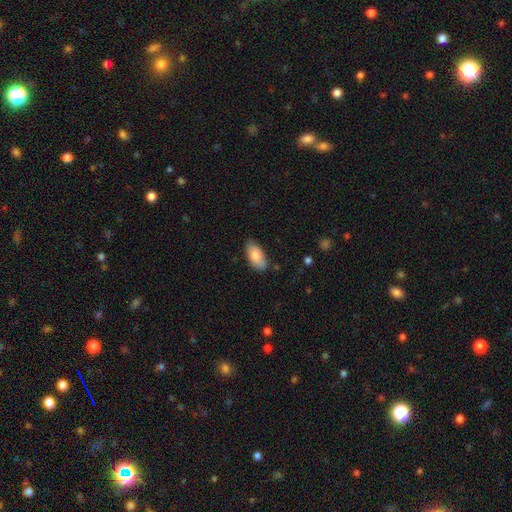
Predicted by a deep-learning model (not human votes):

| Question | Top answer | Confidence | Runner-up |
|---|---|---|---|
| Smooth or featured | smooth | 84% | featured or disk (10%) |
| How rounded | in between | 92% | cigar-shaped (6%) |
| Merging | none | 78% | minor disturbance (18%) |